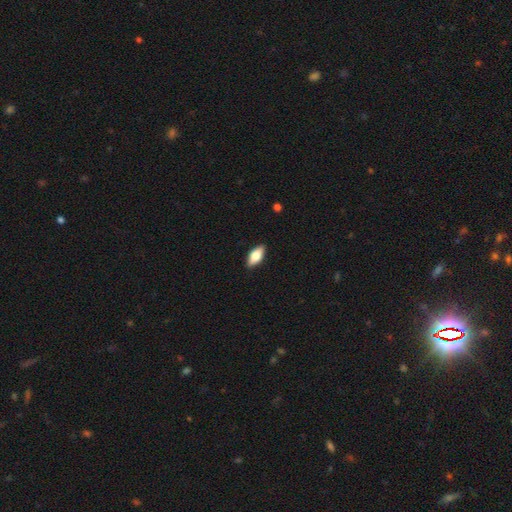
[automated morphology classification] Overall: smooth (67%). How rounded: in between (83%). Merging: none (87%).